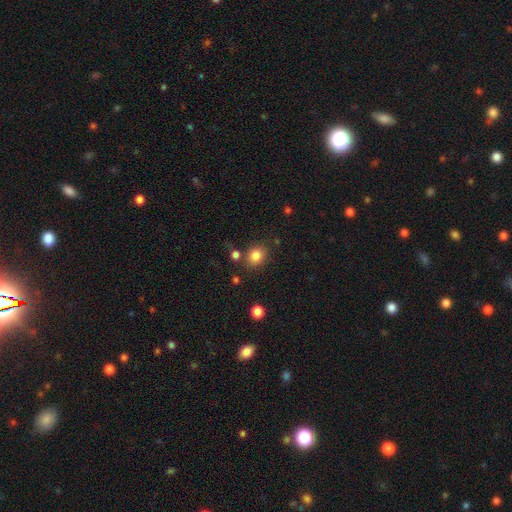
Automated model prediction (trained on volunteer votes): smooth-or-featured: smooth: 82% | star or artifact: 11% | featured or disk: 6%
  how-rounded: round: 59% | in between: 40% | cigar-shaped: 1%
  merging: none: 77% | minor disturbance: 12% | merger: 7% | major disturbance: 4%